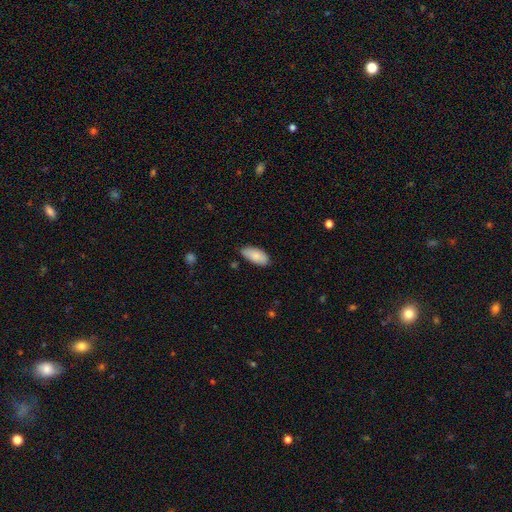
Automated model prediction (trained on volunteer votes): smooth 86%, featured or disk 8%, star or artifact 6%. Down the decision tree: how rounded — in between (92%); merging — none (77%).